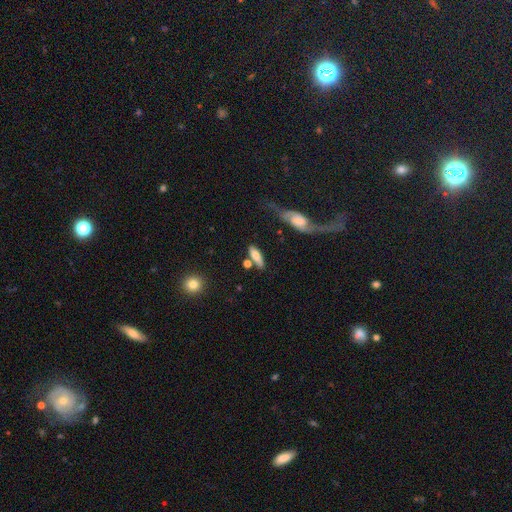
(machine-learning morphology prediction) This is likely a smooth galaxy (68%). How rounded: possibly in between (58%). Merging: possibly none (58%).